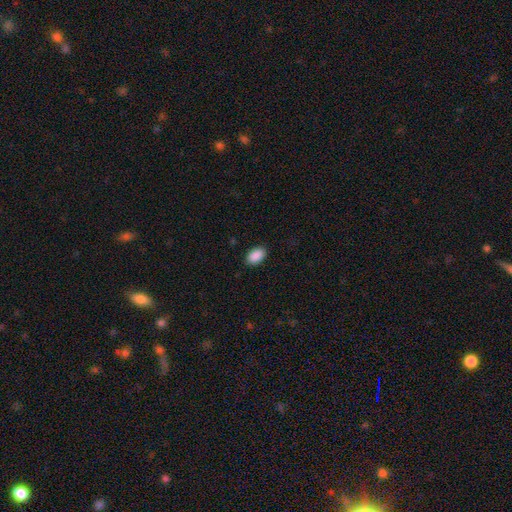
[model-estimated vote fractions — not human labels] The model was most divided on "merging": none: 89%, minor disturbance: 8%, major disturbance: 2%, merger: 1%. More confident: how rounded — in between (92%); smooth or featured — smooth (91%).